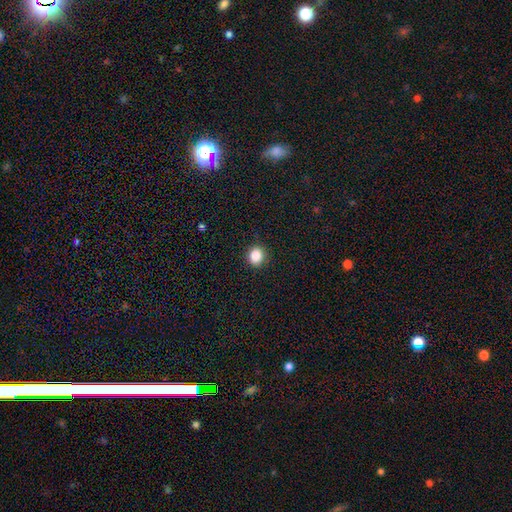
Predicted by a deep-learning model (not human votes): smooth_or_featured: smooth (p=0.86) [alt: star or artifact p=0.10]
how_rounded: round (p=0.83) [alt: in between p=0.16]
merging: none (p=0.90) [alt: minor disturbance p=0.07]